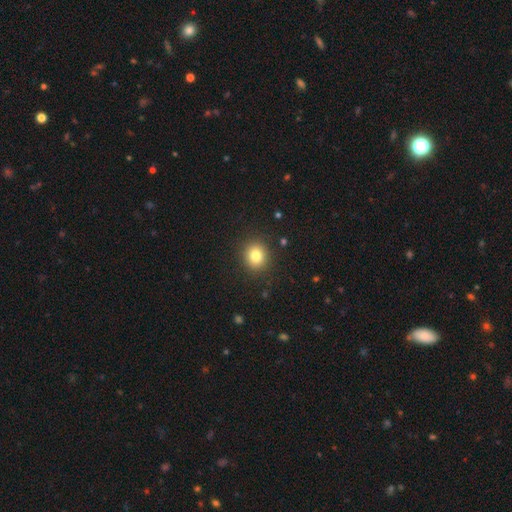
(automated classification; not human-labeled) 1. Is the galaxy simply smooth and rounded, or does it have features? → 81% smooth, 12% star or artifact, 7% featured or disk.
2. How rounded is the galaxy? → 80% round, 19% in between, 1% cigar-shaped.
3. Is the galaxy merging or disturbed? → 89% none, 7% minor disturbance, 3% major disturbance, 1% merger.